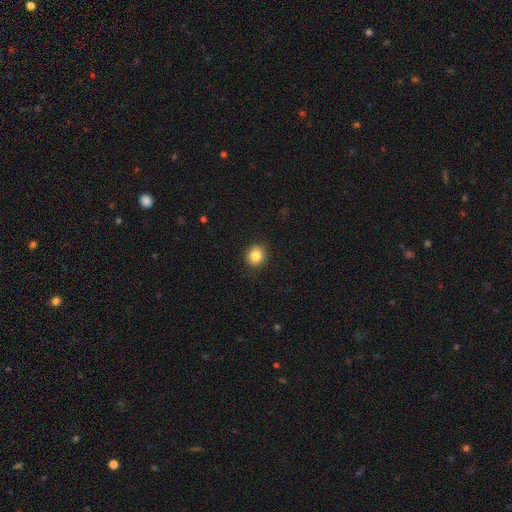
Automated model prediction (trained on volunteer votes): smooth-or-featured: smooth: 85% | star or artifact: 10% | featured or disk: 5%
  how-rounded: round: 80% | in between: 19% | cigar-shaped: 1%
  merging: none: 91% | minor disturbance: 7% | major disturbance: 2% | merger: 1%